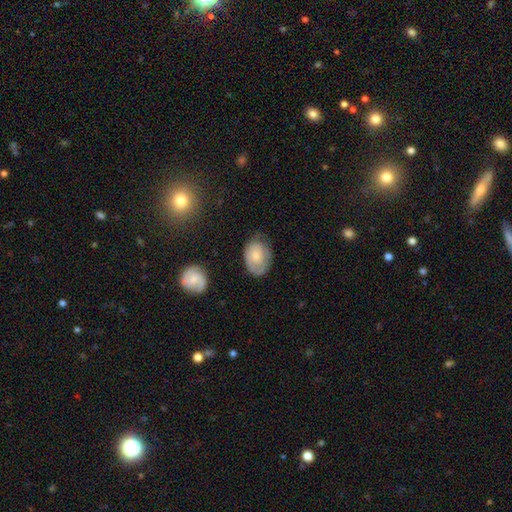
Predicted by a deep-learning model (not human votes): This is possibly a smooth galaxy (59%). How rounded: likely in between (78%). Merging: likely none (61%).